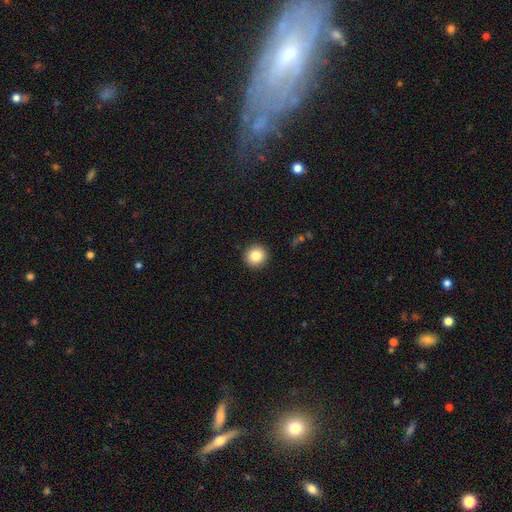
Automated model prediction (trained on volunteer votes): Smooth or featured? smooth (85%)
How rounded? round (94%)
Merging? none (92%)